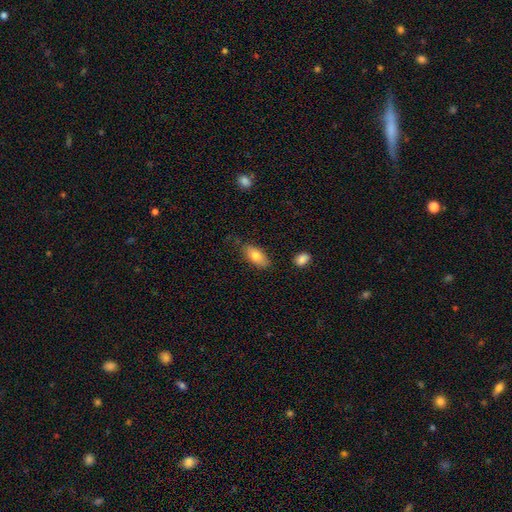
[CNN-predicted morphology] smooth 78%, featured or disk 15%, star or artifact 7%. Down the decision tree: how rounded — in between (88%); merging — none (80%).